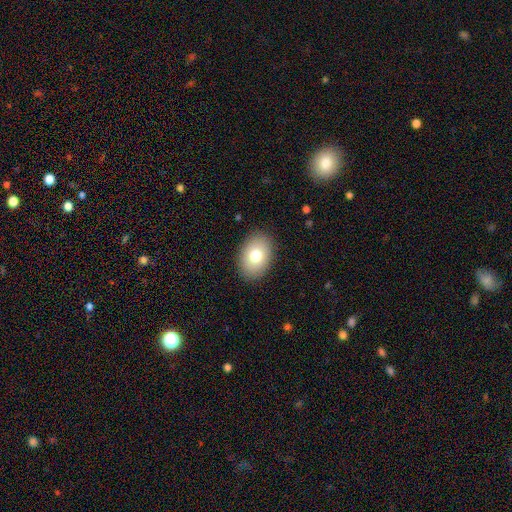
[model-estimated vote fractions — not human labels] Smooth or featured? Predicted: smooth (p=0.77). How rounded? Predicted: in between (p=0.80). Merging? Predicted: none (p=0.88).